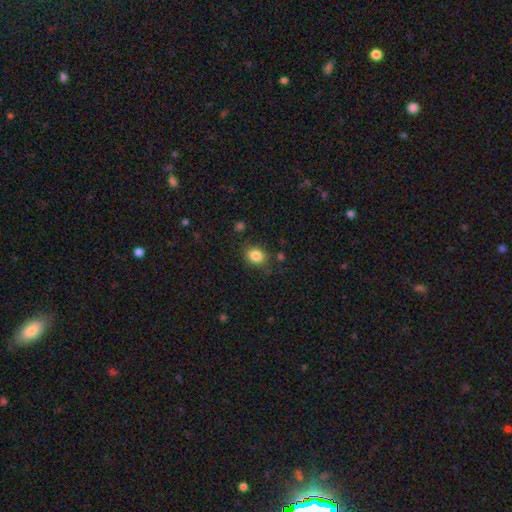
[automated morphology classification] A smooth galaxy with no disk features (85%) that is in between round and cigar-shaped (59%).

Vote fractions:
- Smooth or featured? smooth: 85% / star or artifact: 9% / featured or disk: 5%
- How rounded? in between: 59% / round: 40% / cigar-shaped: 1%
- Merging? none: 82% / minor disturbance: 12% / major disturbance: 4% / merger: 3%